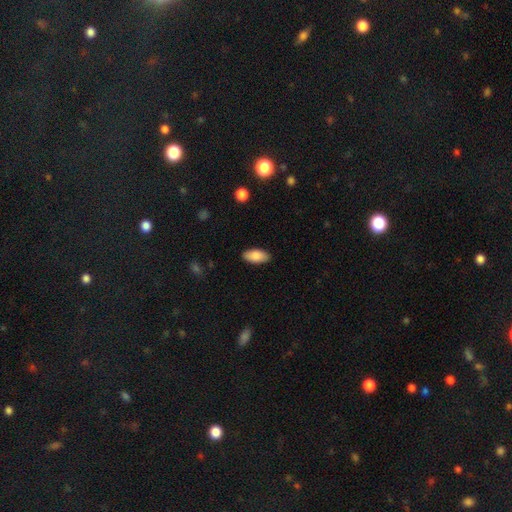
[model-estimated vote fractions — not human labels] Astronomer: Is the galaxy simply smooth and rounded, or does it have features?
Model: smooth — 86%.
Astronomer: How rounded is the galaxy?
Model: in between — 91%.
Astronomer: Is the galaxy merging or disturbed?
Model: none — 88%.